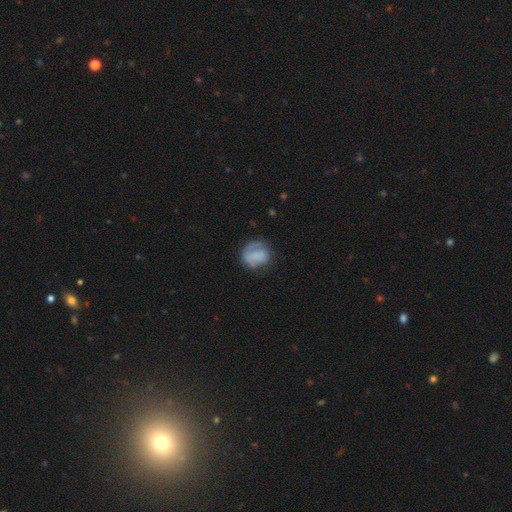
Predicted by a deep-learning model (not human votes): A smooth galaxy with no disk features (62%) that is round (72%). Merging: none (51%).